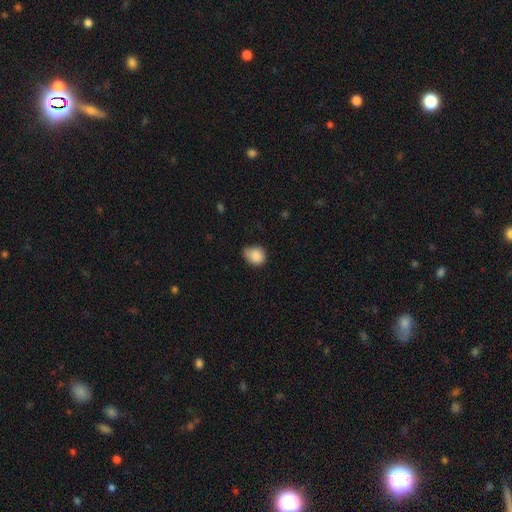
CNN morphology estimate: smooth-or-featured: smooth: 87% | star or artifact: 8% | featured or disk: 5%
  how-rounded: round: 59% | in between: 40% | cigar-shaped: 1%
  merging: none: 51% | minor disturbance: 40% | major disturbance: 7% | merger: 2%